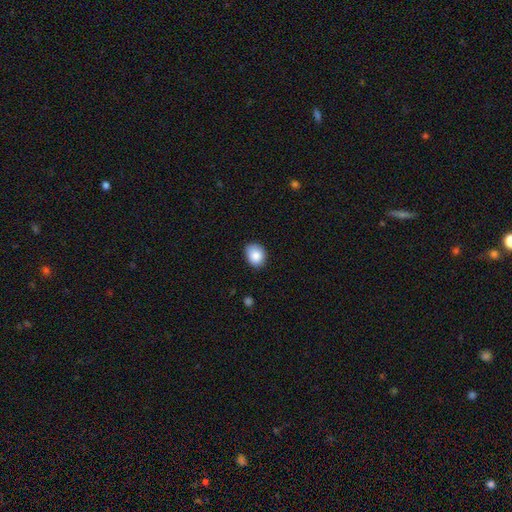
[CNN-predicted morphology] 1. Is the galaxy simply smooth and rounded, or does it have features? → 87% smooth, 8% star or artifact, 4% featured or disk.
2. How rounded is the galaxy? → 50% round, 49% in between, 1% cigar-shaped.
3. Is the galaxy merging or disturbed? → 81% none, 15% minor disturbance, 2% major disturbance, 1% merger.